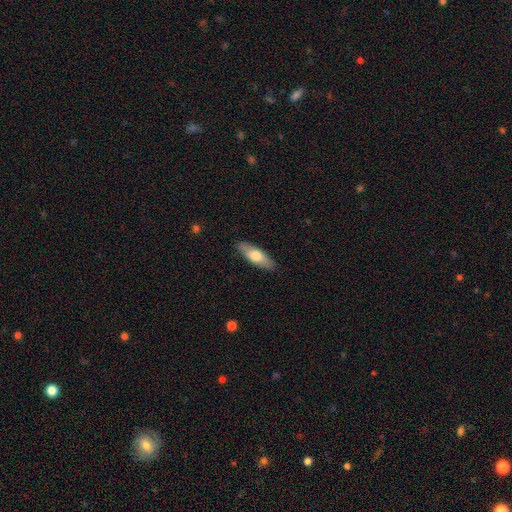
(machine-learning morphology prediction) A smooth galaxy with no disk features (67%) that is in between round and cigar-shaped (63%).

Vote fractions:
- Smooth or featured? smooth: 67% / featured or disk: 28% / star or artifact: 6%
- How rounded? in between: 63% / cigar-shaped: 35% / round: 2%
- Merging? none: 87% / minor disturbance: 10% / major disturbance: 2% / merger: 1%